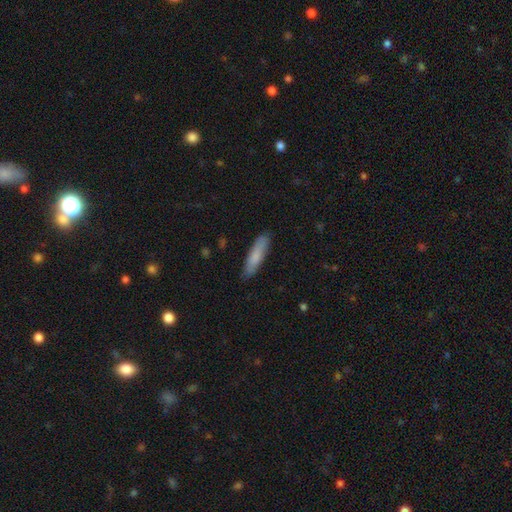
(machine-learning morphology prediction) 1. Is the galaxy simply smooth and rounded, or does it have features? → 80% smooth, 15% featured or disk, 6% star or artifact.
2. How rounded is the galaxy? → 79% cigar-shaped, 20% in between, 1% round.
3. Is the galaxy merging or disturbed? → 86% none, 11% minor disturbance, 2% major disturbance, 1% merger.